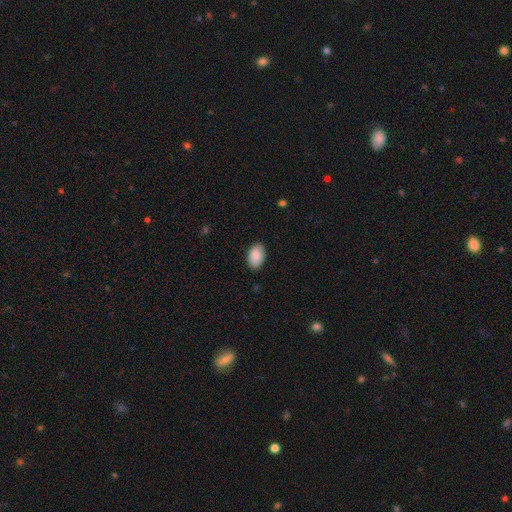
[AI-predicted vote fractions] Smooth or featured? smooth (90%)
How rounded? in between (92%)
Merging? none (87%)